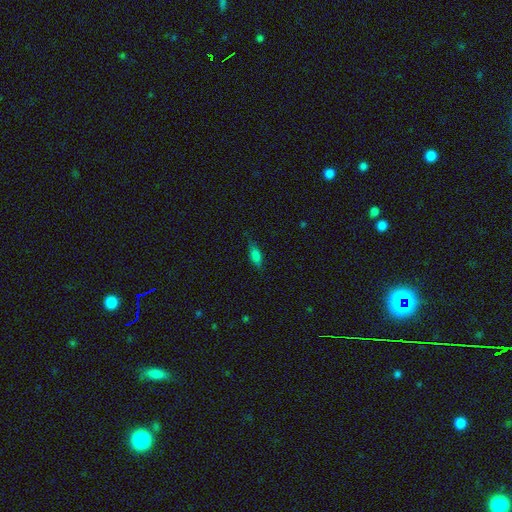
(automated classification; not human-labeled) Smooth or featured? smooth (75%)
How rounded? in between (68%)
Merging? none (77%)